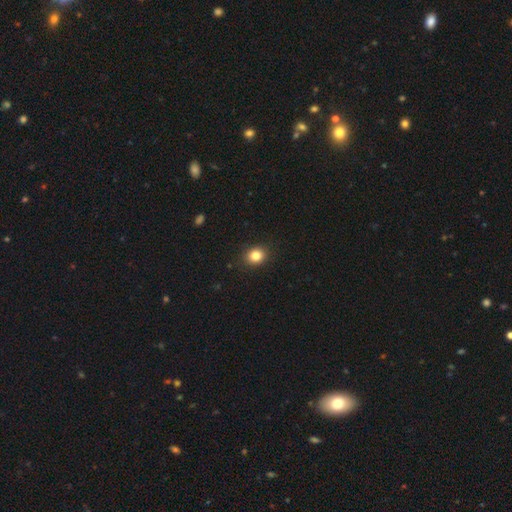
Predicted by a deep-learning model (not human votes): smooth 83%, star or artifact 11%, featured or disk 6%. Down the decision tree: how rounded — round (67%); merging — none (89%).